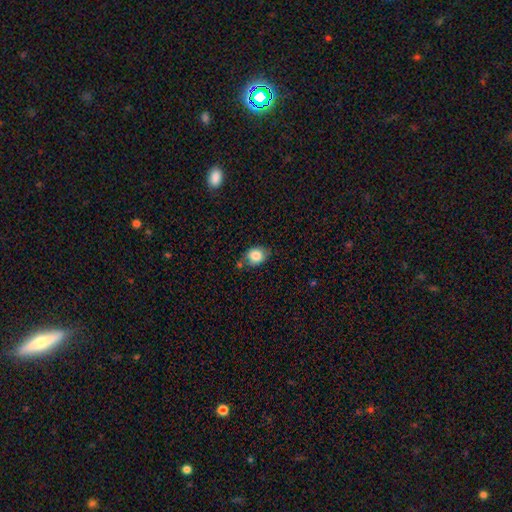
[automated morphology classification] This is clearly a smooth galaxy (84%). How rounded: possibly round (52%). Merging: likely none (62%).